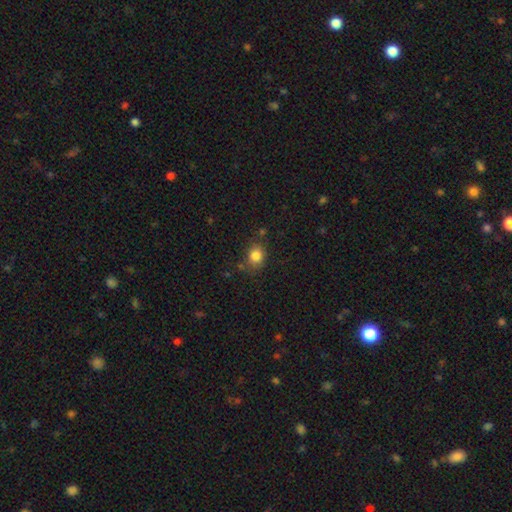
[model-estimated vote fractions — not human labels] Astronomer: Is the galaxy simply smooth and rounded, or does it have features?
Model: smooth — 83%.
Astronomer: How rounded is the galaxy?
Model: round — 59% (runner-up: in between, 40%).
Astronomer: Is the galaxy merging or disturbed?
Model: none — 75%.